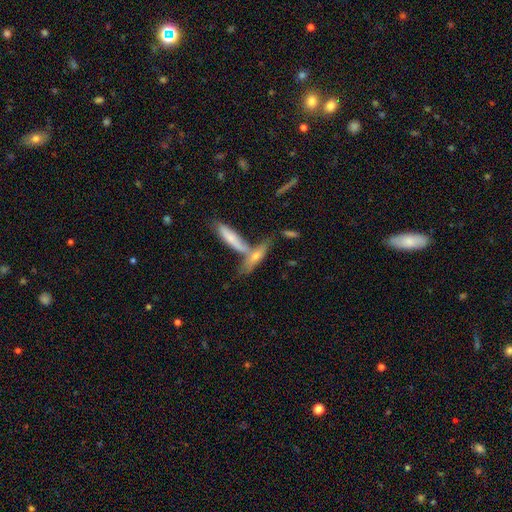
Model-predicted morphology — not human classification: This is possibly a smooth galaxy (52%). How rounded: likely cigar-shaped (68%). Merging: marginally merger (45%).